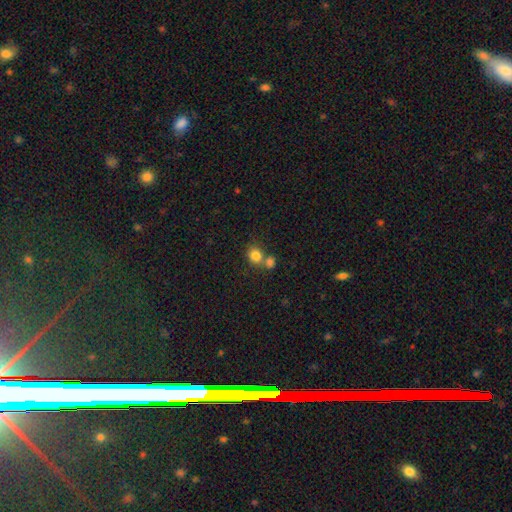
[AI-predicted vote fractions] A smooth galaxy with no disk features (82%) that is round (77%). Merging: none (49%).